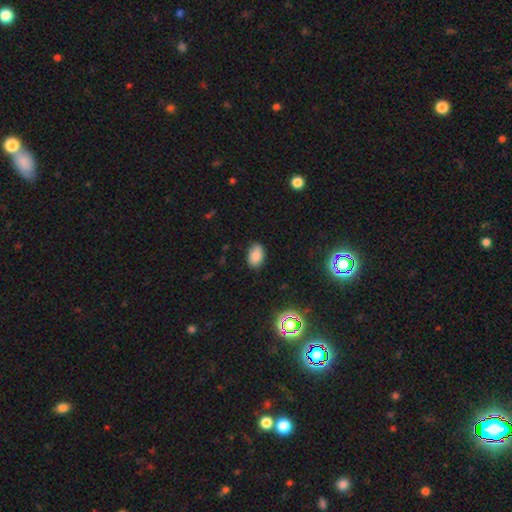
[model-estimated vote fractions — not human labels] Morphology: type=smooth (85%); roundness=in between (88%); merging=none (84%).